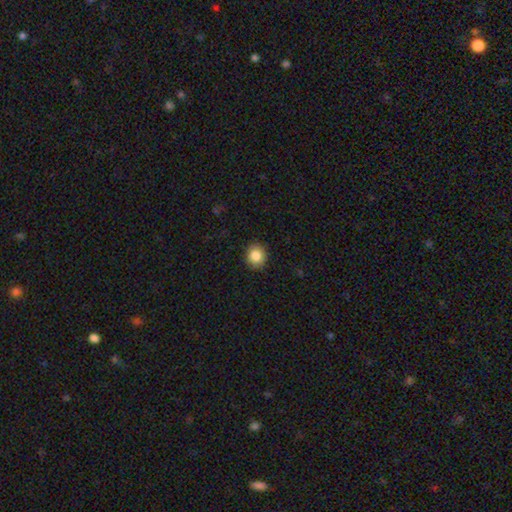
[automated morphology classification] smooth-or-featured: smooth: 85% | star or artifact: 9% | featured or disk: 5%
  how-rounded: round: 84% | in between: 15% | cigar-shaped: 1%
  merging: none: 90% | minor disturbance: 7% | major disturbance: 2% | merger: 1%